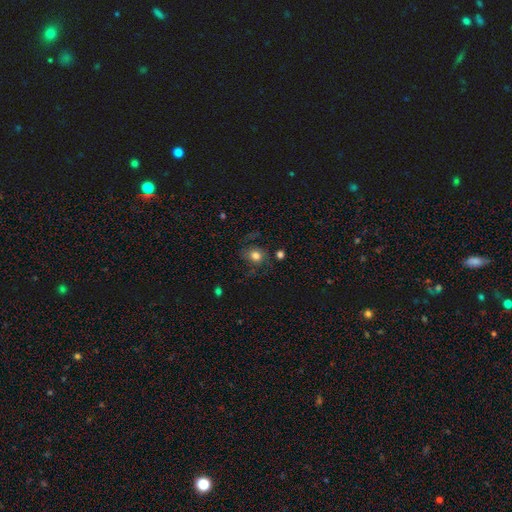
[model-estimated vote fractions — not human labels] Smooth or featured?
  - smooth: 67% *
  - featured or disk: 20%
  - star or artifact: 13%
How rounded?
  - round: 73% *
  - in between: 26%
  - cigar-shaped: 1%
Merging?
  - none: 64% *
  - minor disturbance: 20%
  - major disturbance: 14%
  - merger: 3%